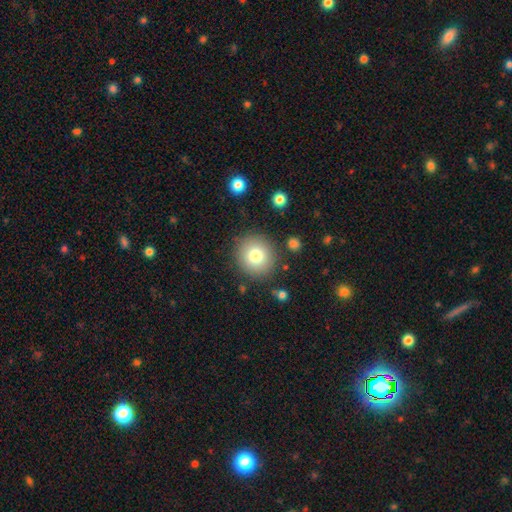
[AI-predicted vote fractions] A smooth galaxy with no disk features (77%) that is round (91%). Merging: none (86%).